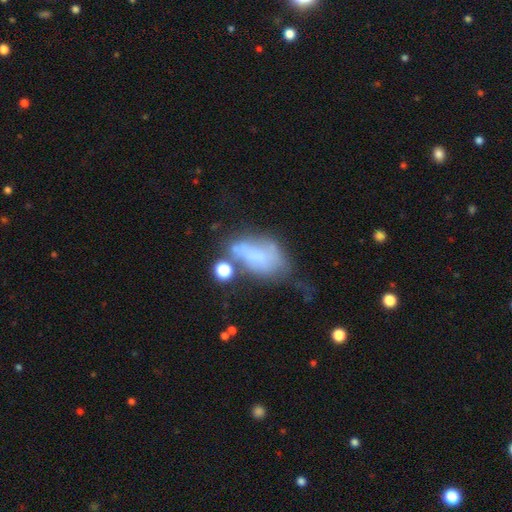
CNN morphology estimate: A smooth galaxy with no disk features (49%). Merging: major disturbance (29%).